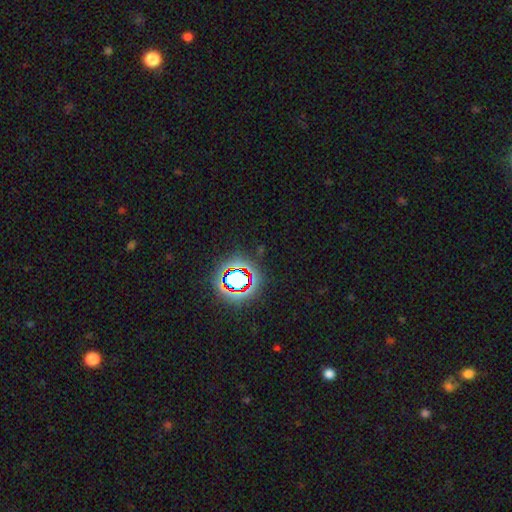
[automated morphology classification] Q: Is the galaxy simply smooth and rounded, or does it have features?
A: star or artifact — 78%.